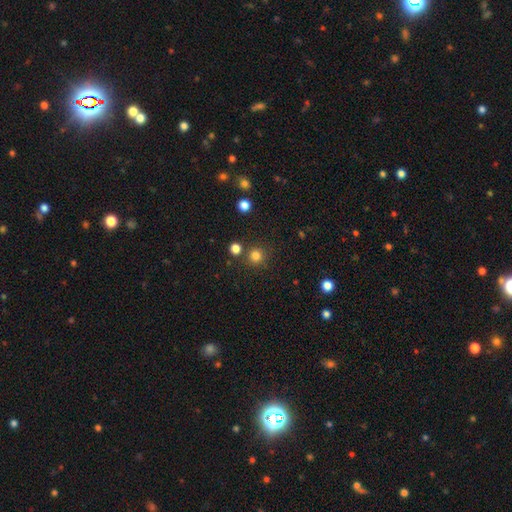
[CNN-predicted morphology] Smooth or featured: smooth — 80% (star or artifact — 16%)
How rounded: round — 93% (in between — 6%)
Merging: none — 82% (merger — 8%)